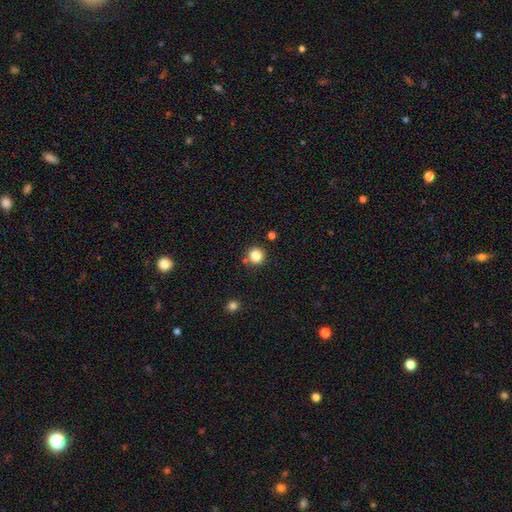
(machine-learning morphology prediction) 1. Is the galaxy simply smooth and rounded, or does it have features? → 84% smooth, 12% star or artifact, 5% featured or disk.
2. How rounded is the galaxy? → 94% round, 5% in between, 1% cigar-shaped.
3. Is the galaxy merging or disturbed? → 84% none, 8% minor disturbance, 6% merger, 2% major disturbance.